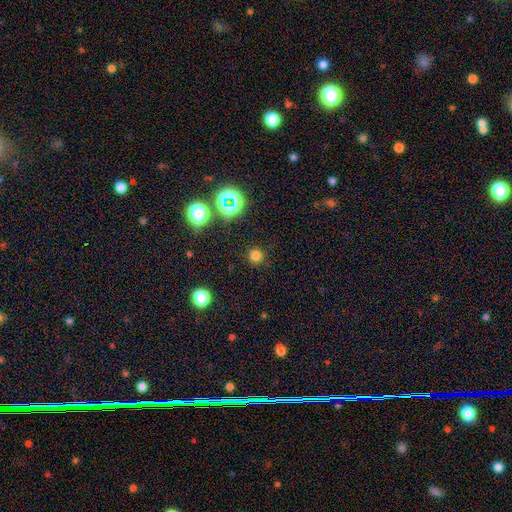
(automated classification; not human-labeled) A smooth galaxy with no disk features (74%) that is round (94%). Merging: none (90%).